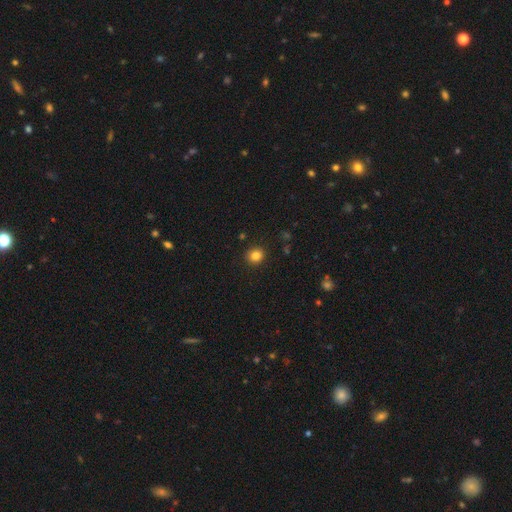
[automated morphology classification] The model was most divided on "how rounded": round: 84%, in between: 15%, cigar-shaped: 1%. More confident: merging — none (91%); smooth or featured — smooth (83%).